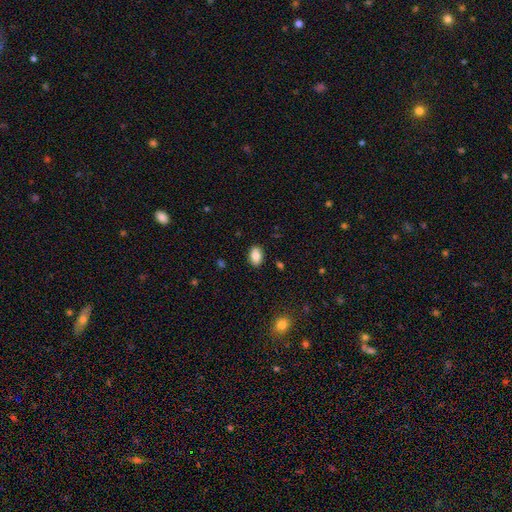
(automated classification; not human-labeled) smooth-or-featured: smooth: 86% | star or artifact: 8% | featured or disk: 6%
  how-rounded: in between: 86% | round: 13% | cigar-shaped: 1%
  merging: none: 88% | minor disturbance: 8% | major disturbance: 2% | merger: 1%